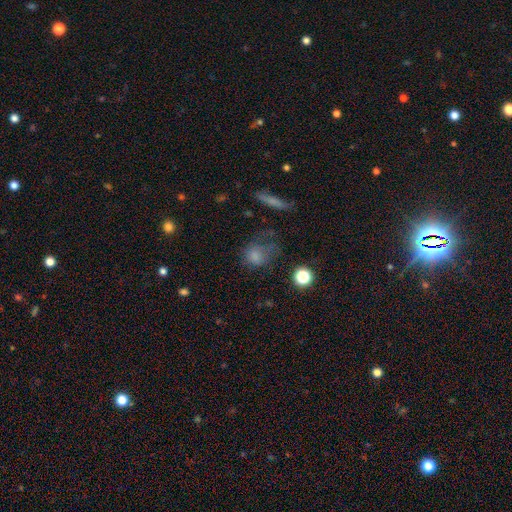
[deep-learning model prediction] smooth-or-featured: smooth: 72% | star or artifact: 17% | featured or disk: 12%
  how-rounded: round: 58% | in between: 40% | cigar-shaped: 3%
  merging: none: 42% | major disturbance: 27% | minor disturbance: 25% | merger: 6%